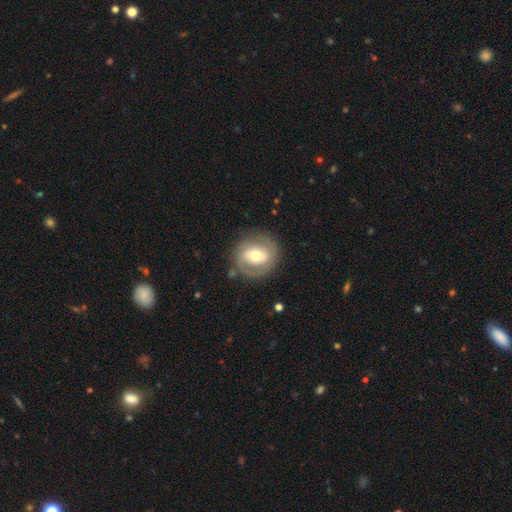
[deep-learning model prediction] A featured or disk galaxy (52%). Merging: none (81%).